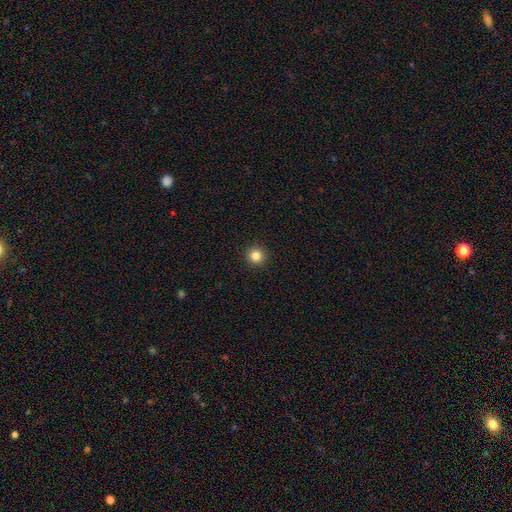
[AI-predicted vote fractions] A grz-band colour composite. It shows a smooth galaxy with no disk features (84%) that is round (95%). Merging: none (94%).